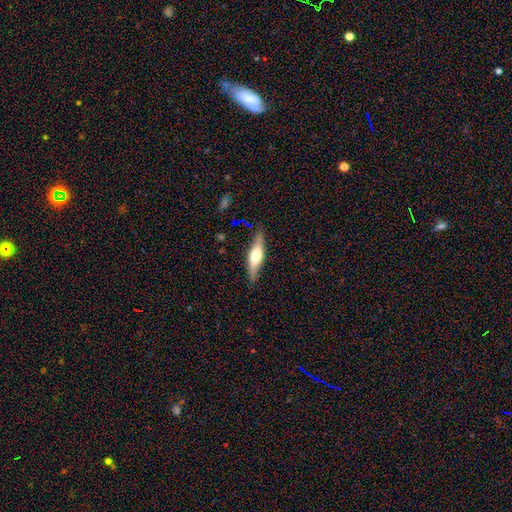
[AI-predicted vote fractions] featured or disk 58%, smooth 37%, star or artifact 6%. Down the decision tree: edge-on disk — yes (92%); edge-on bulge — rounded (87%); merging — none (85%).